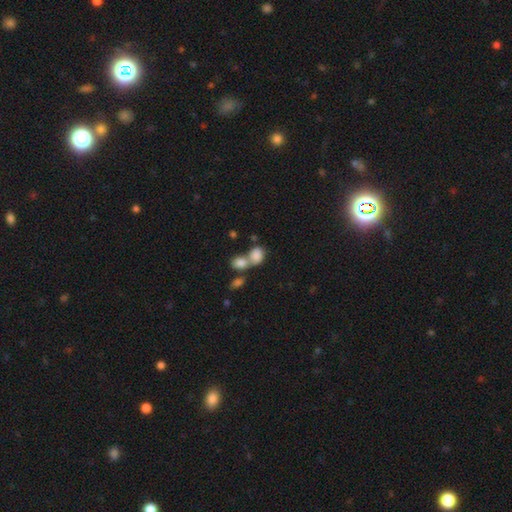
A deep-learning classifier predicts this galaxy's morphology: This appears to be a smooth galaxy with no disk features (82%) that is in between round and cigar-shaped (64%). Merging: merger (61%).